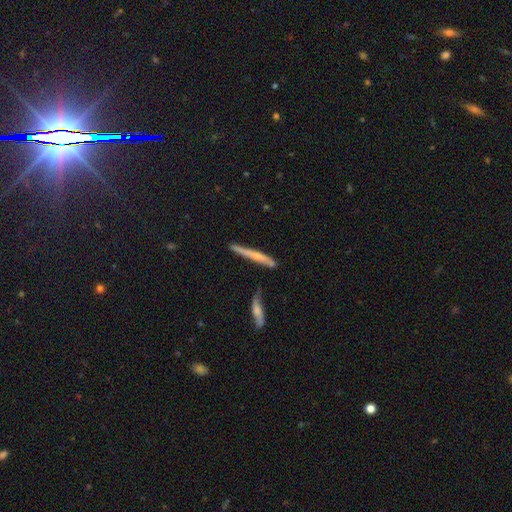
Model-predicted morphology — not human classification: Smooth or featured? featured or disk (49%)
Merging? none (69%)